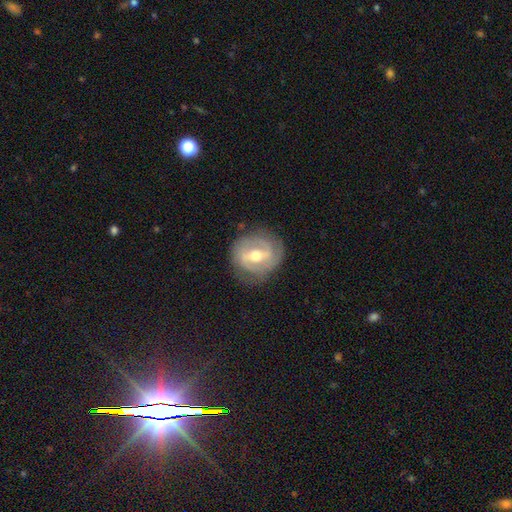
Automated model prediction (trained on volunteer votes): featured or disk 76%, smooth 18%, star or artifact 6%. Down the decision tree: edge-on disk — no (95%); bar — weak (43%); spiral arms — yes (77%); spiral arm count — 2 (64%); spiral winding — tight (51%); bulge size — moderate (75%); merging — none (78%).